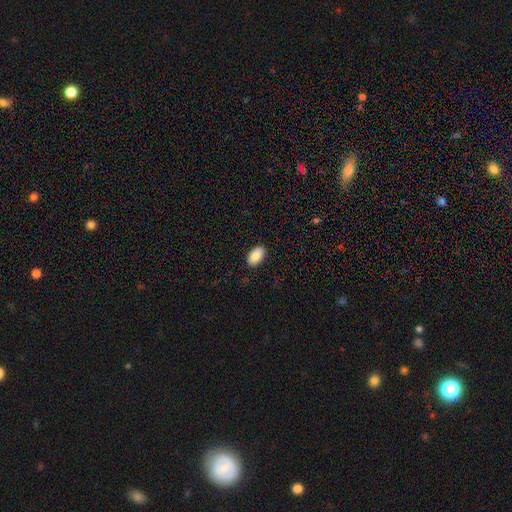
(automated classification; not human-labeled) Morphology: type=smooth (87%); roundness=in between (95%); merging=none (89%).